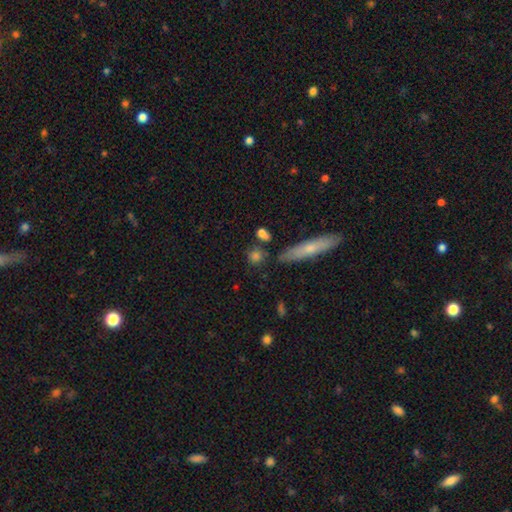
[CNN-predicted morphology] smooth-or-featured: smooth: 75% | featured or disk: 14% | star or artifact: 11%
  how-rounded: round: 60% | in between: 20% | cigar-shaped: 19%
  merging: none: 76% | minor disturbance: 12% | merger: 8% | major disturbance: 4%